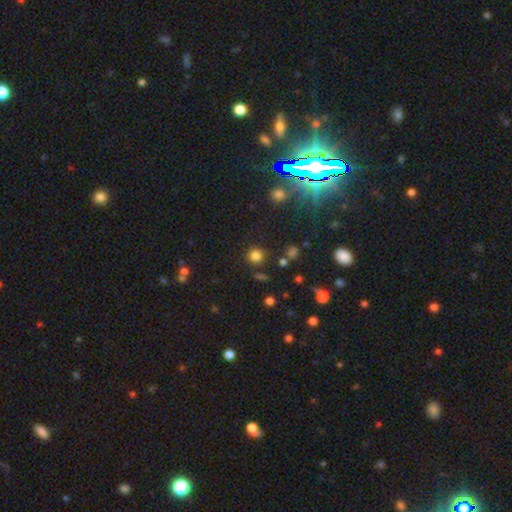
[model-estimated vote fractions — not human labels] The model was most divided on "smooth or featured": smooth: 79%, star or artifact: 15%, featured or disk: 5%. More confident: how rounded — round (92%); merging — none (84%).